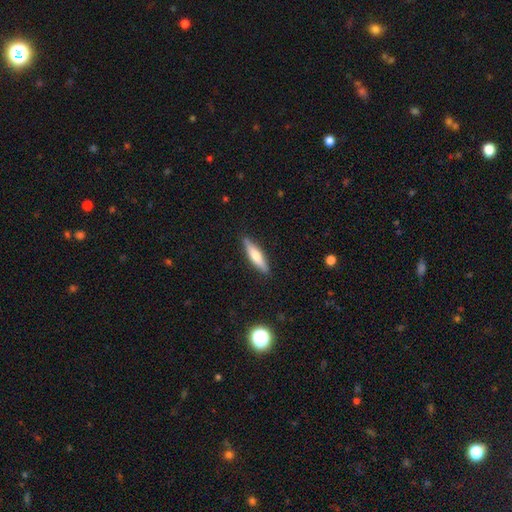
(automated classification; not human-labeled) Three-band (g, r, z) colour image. It shows a smooth galaxy with no disk features (52%) that is cigar-shaped (78%). Merging: none (89%).